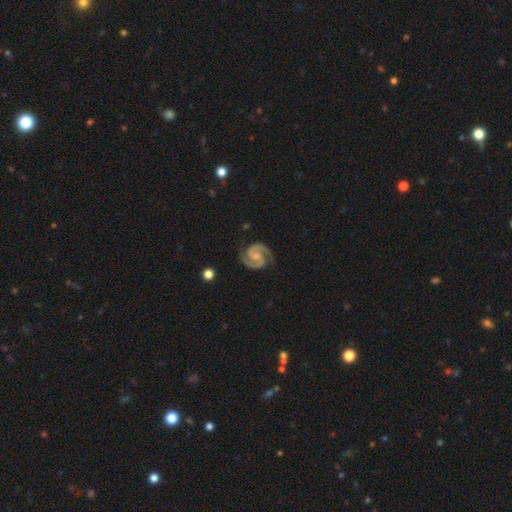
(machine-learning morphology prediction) smooth-or-featured: featured or disk: 93% | star or artifact: 4% | smooth: 3%
  disk-edge-on: no: 98% | yes: 2%
    bar: no: 55% | weak: 35% | strong: 10%
    has-spiral-arms: yes: 99% | no: 1%
      spiral-winding: tight: 50% | medium: 45% | loose: 5%
      spiral-arm-count: 2: 94% | 3: 2% | can't tell: 1% | 1: 1% | 4: 1% | more than 4: 1%
    bulge-size: moderate: 42% | small: 41% | none: 13% | large: 2% | dominant: 1%
  merging: none: 84% | minor disturbance: 12% | major disturbance: 3% | merger: 1%